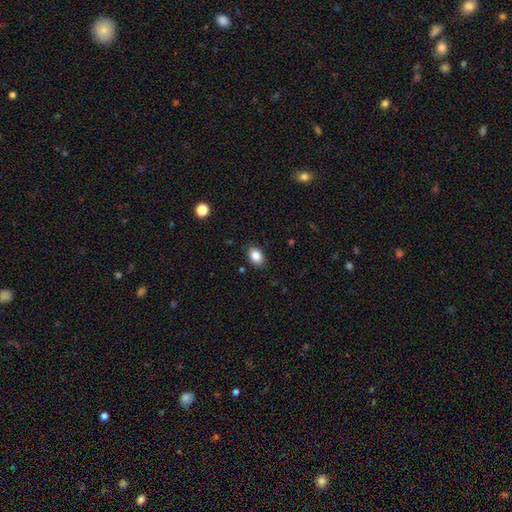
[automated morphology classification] Smooth or featured: smooth — 86% (star or artifact — 9%)
How rounded: in between — 82% (round — 17%)
Merging: none — 87% (minor disturbance — 10%)